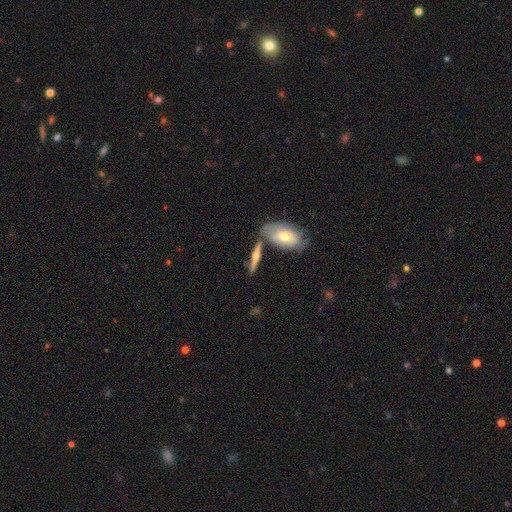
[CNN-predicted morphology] A featured or disk galaxy (57%) viewed edge-on (88%) with a rounded central bulge (89%). Merging: none (65%).